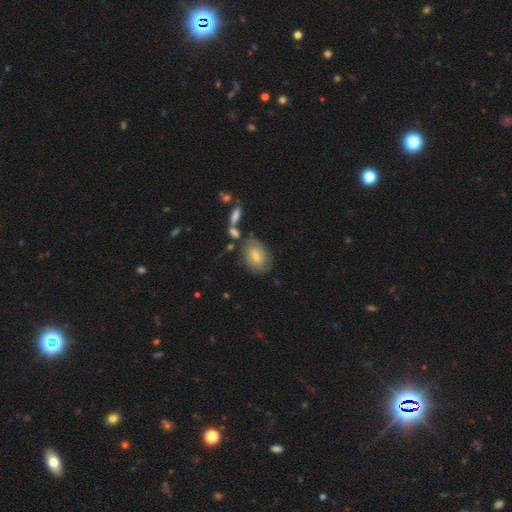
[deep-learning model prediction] This appears to be a smooth galaxy with no disk features (66%) that is in between round and cigar-shaped (81%). Merging: none (67%).